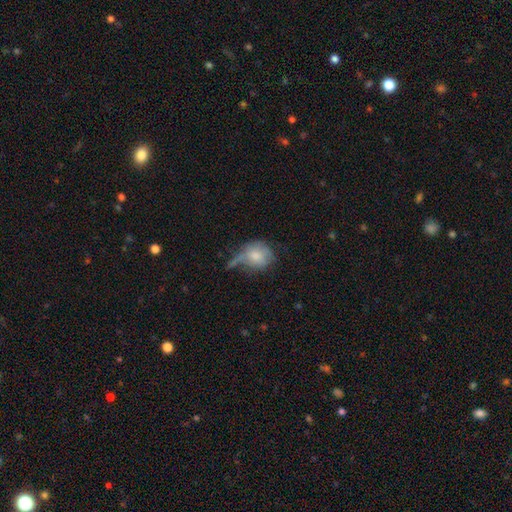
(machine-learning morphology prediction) A smooth galaxy with no disk features (70%) that is round (61%). Merging: none (33%).